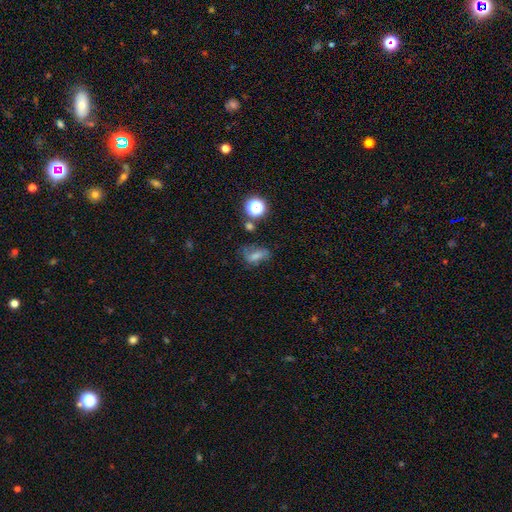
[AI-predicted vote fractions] A smooth galaxy with no disk features (61%) that is in between round and cigar-shaped (75%). Merging: none (51%).